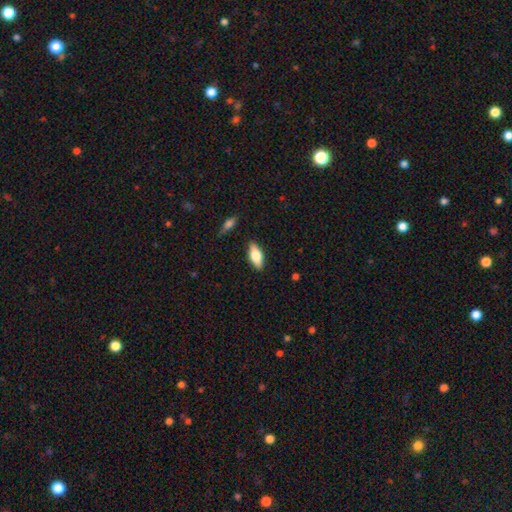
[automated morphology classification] smooth-or-featured: smooth: 68% | featured or disk: 26% | star or artifact: 7%
  how-rounded: in between: 81% | cigar-shaped: 17% | round: 3%
  merging: none: 86% | minor disturbance: 11% | major disturbance: 2% | merger: 2%